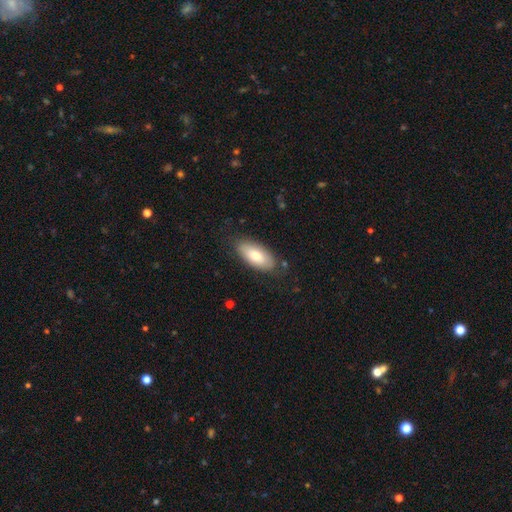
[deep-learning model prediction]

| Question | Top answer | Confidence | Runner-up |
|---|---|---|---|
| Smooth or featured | smooth | 73% | featured or disk (20%) |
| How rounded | in between | 90% | cigar-shaped (8%) |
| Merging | none | 80% | minor disturbance (16%) |